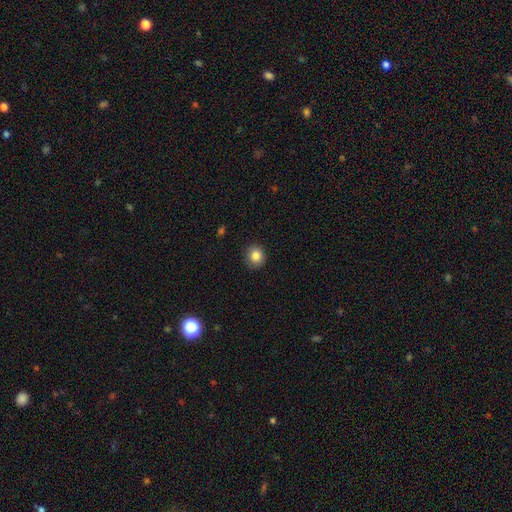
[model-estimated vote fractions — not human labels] smooth_or_featured: smooth (p=0.84) [alt: star or artifact p=0.10]
how_rounded: round (p=0.85) [alt: in between p=0.14]
merging: none (p=0.89) [alt: minor disturbance p=0.08]